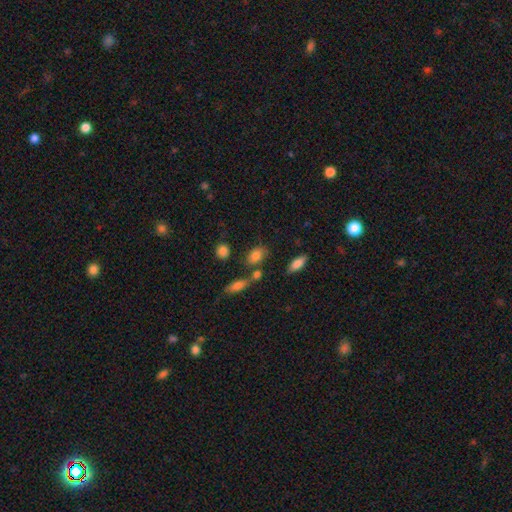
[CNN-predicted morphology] Smooth or featured? smooth (81%)
How rounded? in between (81%)
Merging? none (63%)